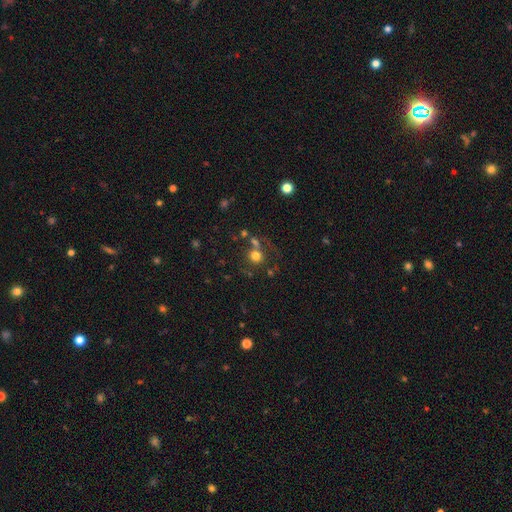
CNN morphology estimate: The model was most divided on "merging": none: 58%, merger: 23%, minor disturbance: 11%, major disturbance: 8%. More confident: how rounded — round (88%); smooth or featured — smooth (72%).